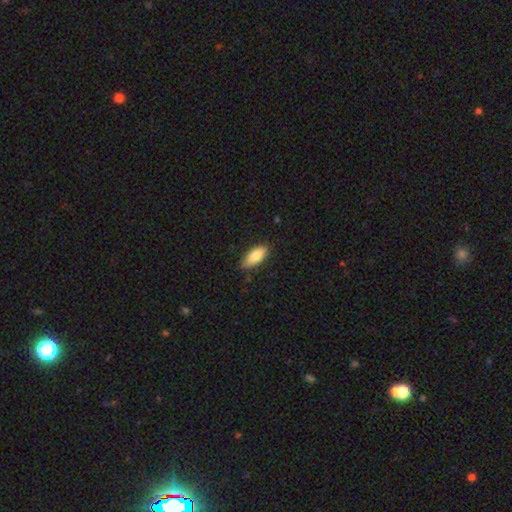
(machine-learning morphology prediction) Overall: smooth (84%). How rounded: in between (85%). Merging: none (81%).